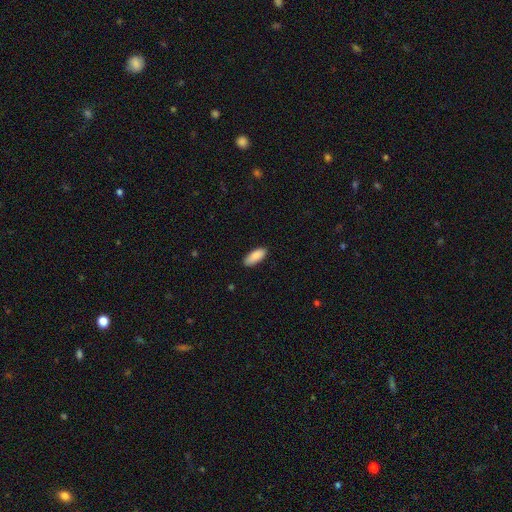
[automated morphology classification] Smooth or featured? smooth (89%)
How rounded? in between (81%)
Merging? none (87%)